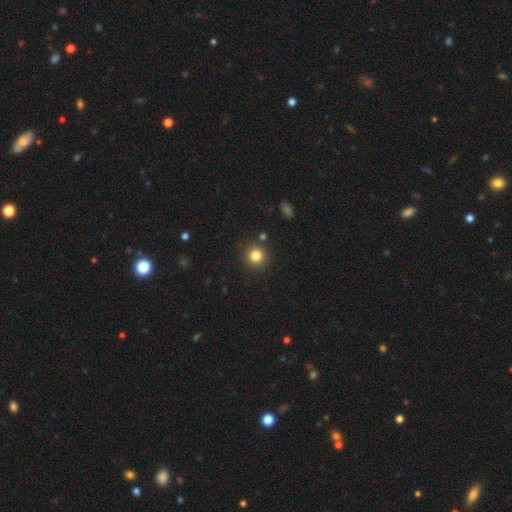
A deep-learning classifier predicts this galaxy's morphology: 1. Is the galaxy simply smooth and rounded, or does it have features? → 81% smooth, 13% star or artifact, 6% featured or disk.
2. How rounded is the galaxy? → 94% round, 5% in between, 1% cigar-shaped.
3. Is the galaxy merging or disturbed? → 88% none, 6% minor disturbance, 3% merger, 2% major disturbance.